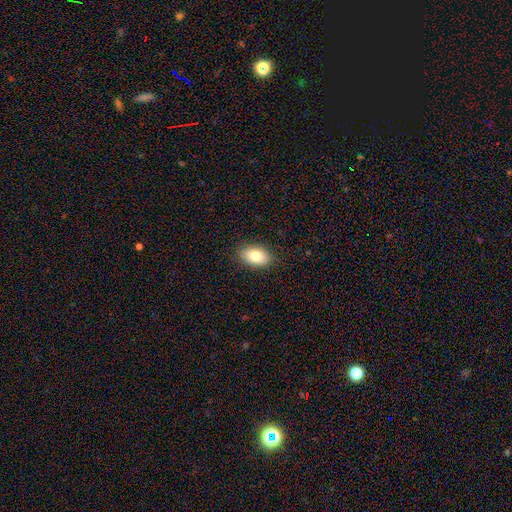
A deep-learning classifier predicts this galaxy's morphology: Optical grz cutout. It shows a smooth galaxy with no disk features (80%) that is in between round and cigar-shaped (90%). Merging: none (87%).